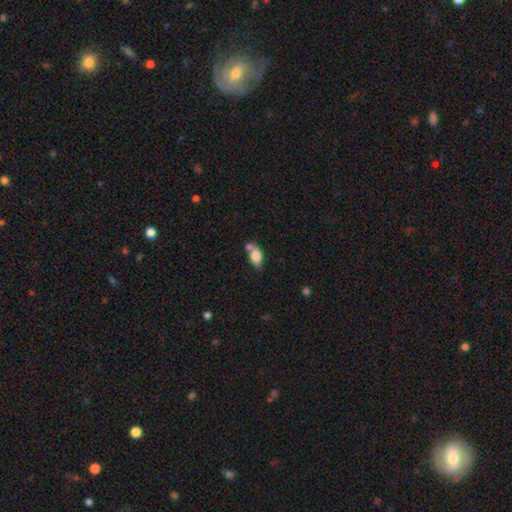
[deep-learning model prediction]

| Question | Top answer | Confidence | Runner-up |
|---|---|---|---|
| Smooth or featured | smooth | 82% | featured or disk (10%) |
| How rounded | in between | 90% | round (6%) |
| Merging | none | 43% | merger (39%) |